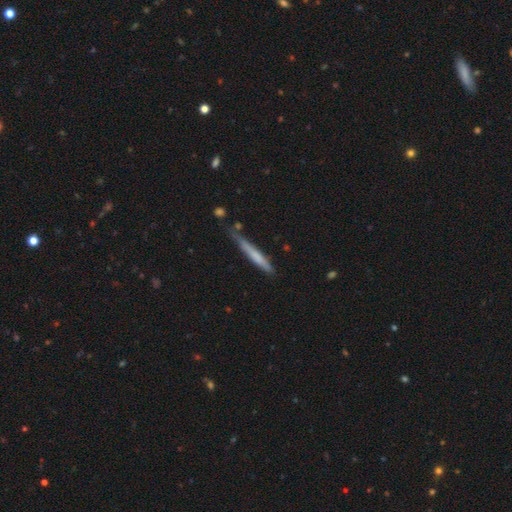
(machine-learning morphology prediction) The model was most divided on "smooth or featured": smooth: 62%, featured or disk: 32%, star or artifact: 6%. More confident: how rounded — cigar-shaped (95%); merging — none (68%).